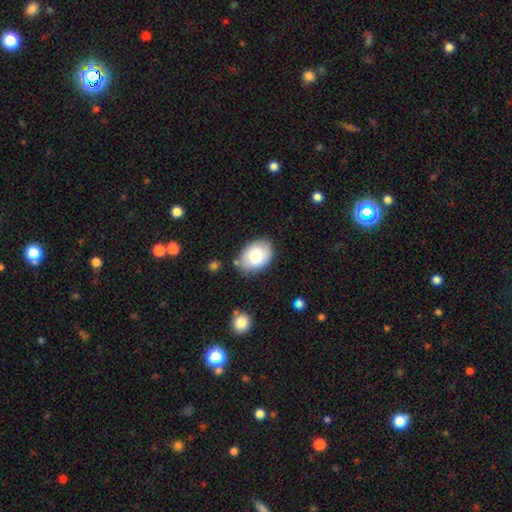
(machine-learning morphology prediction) A smooth galaxy with no disk features (78%) that is in between round and cigar-shaped (81%). Merging: none (78%).